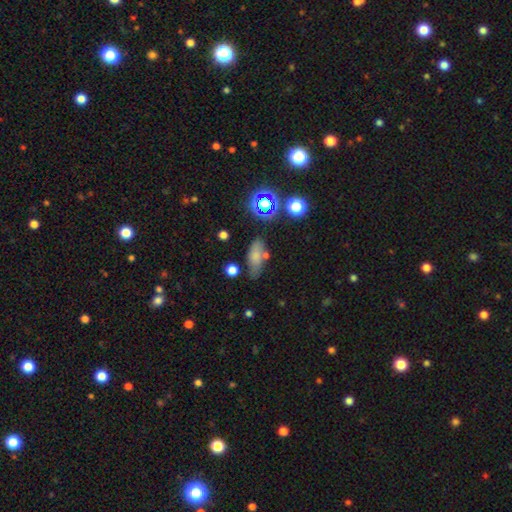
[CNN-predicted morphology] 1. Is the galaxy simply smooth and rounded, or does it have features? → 71% smooth, 15% featured or disk, 15% star or artifact.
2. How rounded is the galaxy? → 78% in between, 17% cigar-shaped, 6% round.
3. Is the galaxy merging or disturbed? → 65% none, 20% minor disturbance, 9% merger, 6% major disturbance.